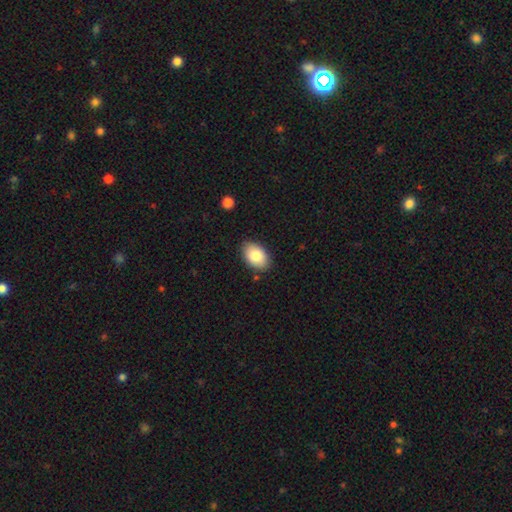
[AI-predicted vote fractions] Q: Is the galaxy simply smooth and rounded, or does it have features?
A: smooth — 84%.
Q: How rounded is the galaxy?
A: in between — 91%.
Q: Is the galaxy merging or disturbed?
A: none — 86%.